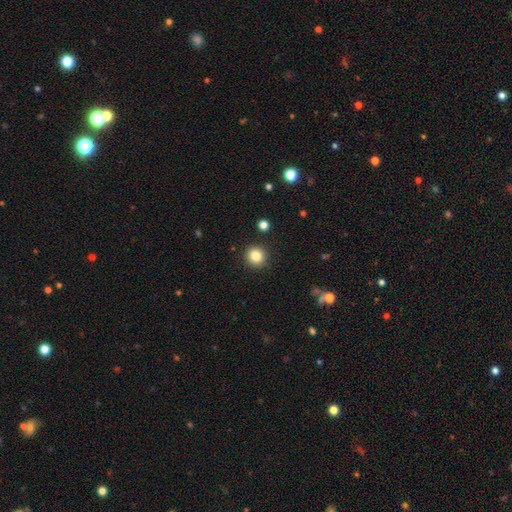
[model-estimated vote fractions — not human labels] smooth 83%, star or artifact 11%, featured or disk 6%. Down the decision tree: how rounded — round (92%); merging — none (91%).